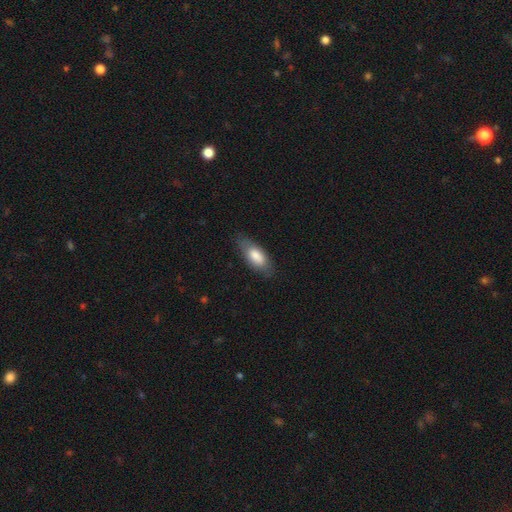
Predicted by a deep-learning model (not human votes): smooth 78%, featured or disk 16%, star or artifact 6%. Down the decision tree: how rounded — in between (83%); merging — none (77%).